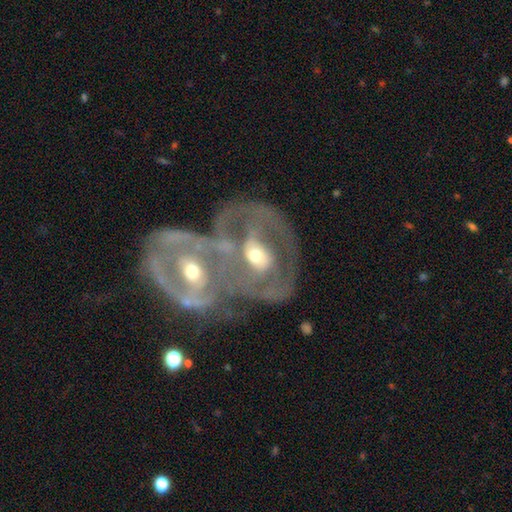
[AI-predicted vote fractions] featured or disk 78%, smooth 16%, star or artifact 6%. Down the decision tree: edge-on disk — no (97%); bar — no (51%); spiral arms — yes (64%); bulge size — moderate (63%); merging — merger (72%).